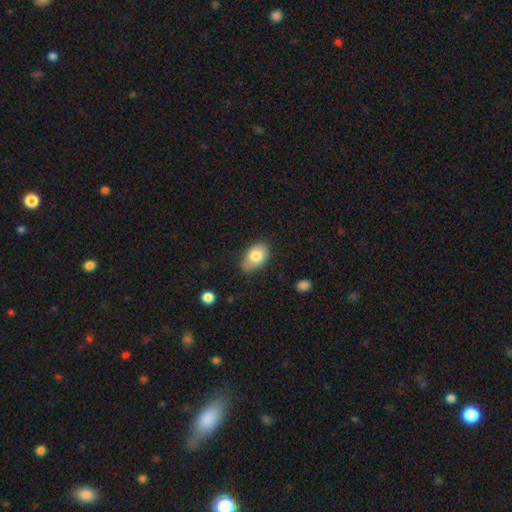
This appears to be a smooth galaxy with no disk features (97%) that is in between round and cigar-shaped (92%). Merging: none (62%).